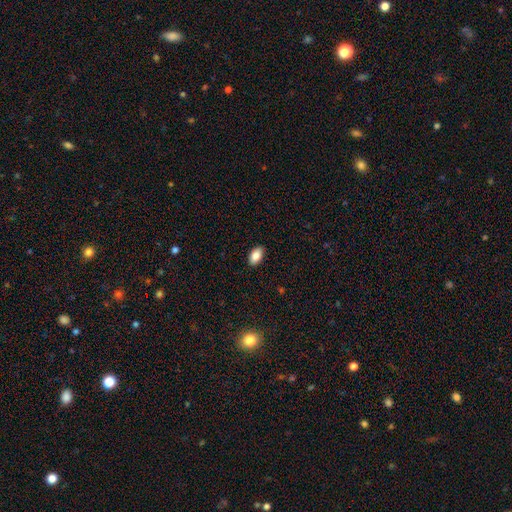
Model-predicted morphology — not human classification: A smooth galaxy with no disk features (85%) that is in between round and cigar-shaped (92%).

Vote fractions:
- Smooth or featured? smooth: 85% / star or artifact: 8% / featured or disk: 7%
- How rounded? in between: 92% / round: 5% / cigar-shaped: 2%
- Merging? none: 89% / minor disturbance: 8% / major disturbance: 2% / merger: 1%